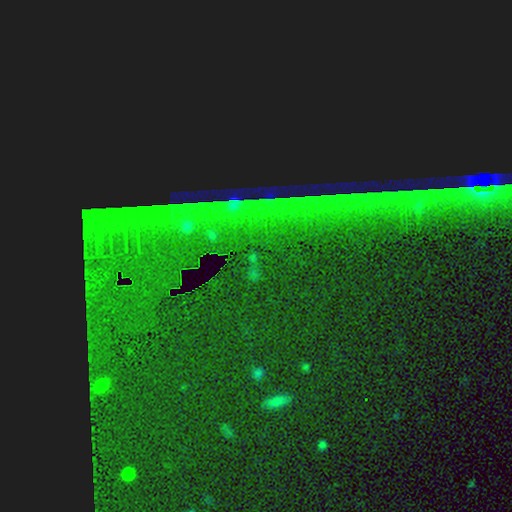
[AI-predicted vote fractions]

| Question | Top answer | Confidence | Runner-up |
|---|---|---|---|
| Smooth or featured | star or artifact | 86% | featured or disk (7%) |